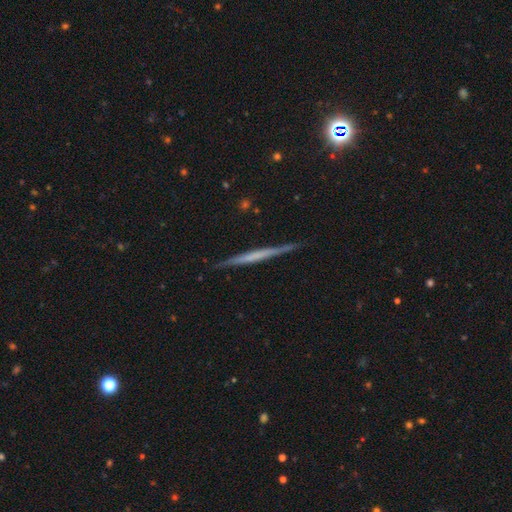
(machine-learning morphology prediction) The model was most divided on "smooth or featured": featured or disk: 61%, smooth: 33%, star or artifact: 6%. More confident: edge-on disk — yes (97%); merging — none (89%); edge-on bulge — none (80%).